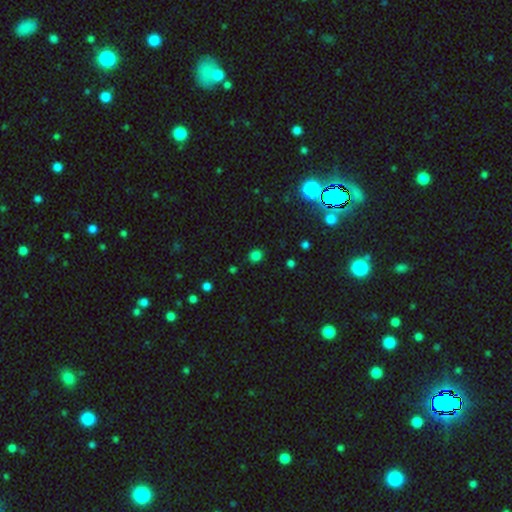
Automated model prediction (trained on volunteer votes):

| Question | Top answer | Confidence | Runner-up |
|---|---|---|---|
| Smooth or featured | smooth | 79% | star or artifact (17%) |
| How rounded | round | 70% | in between (29%) |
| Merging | none | 87% | minor disturbance (9%) |